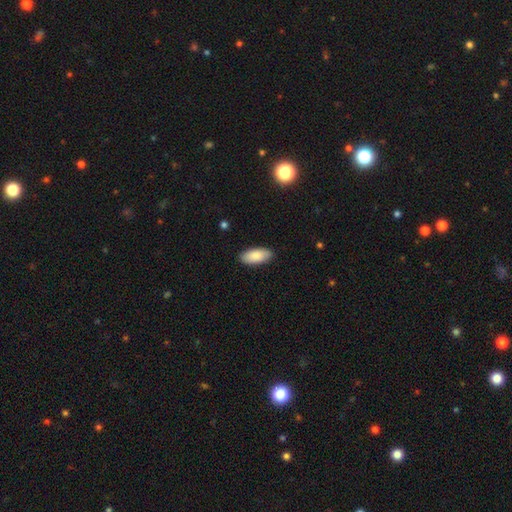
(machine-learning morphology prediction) A smooth galaxy with no disk features (86%) that is in between round and cigar-shaped (90%).

Vote fractions:
- Smooth or featured? smooth: 86% / featured or disk: 8% / star or artifact: 6%
- How rounded? in between: 90% / cigar-shaped: 9% / round: 2%
- Merging? none: 88% / minor disturbance: 9% / major disturbance: 2% / merger: 1%